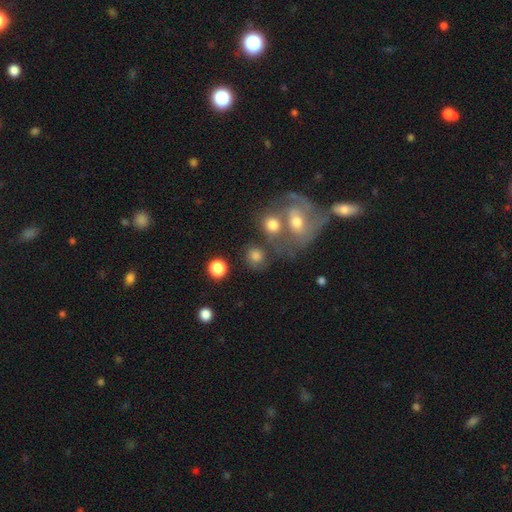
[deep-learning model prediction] This appears to be a smooth galaxy with no disk features (77%) that is round (80%). Merging: none (61%).